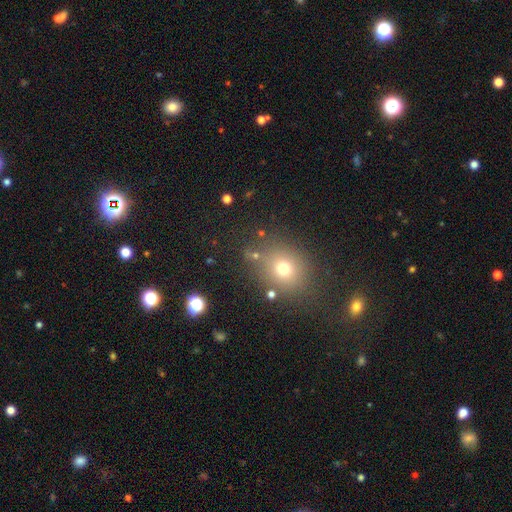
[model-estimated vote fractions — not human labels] Morphology: type=smooth (66%); roundness=round (69%); merging=none (78%).